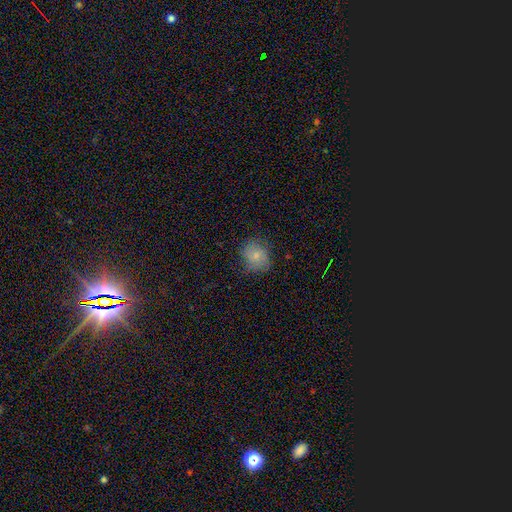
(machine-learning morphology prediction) A smooth galaxy with no disk features (79%) that is round (60%). Merging: none (74%).